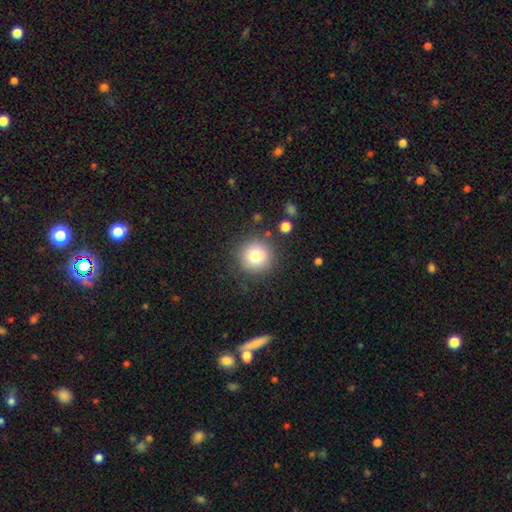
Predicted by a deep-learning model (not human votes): A smooth galaxy with no disk features (77%) that is round (94%).

Vote fractions:
- Smooth or featured? smooth: 77% / star or artifact: 12% / featured or disk: 11%
- How rounded? round: 94% / in between: 5% / cigar-shaped: 1%
- Merging? none: 86% / minor disturbance: 8% / major disturbance: 3% / merger: 3%